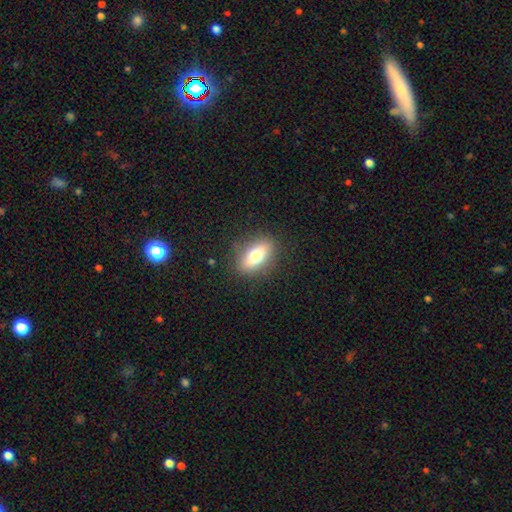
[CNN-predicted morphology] This is likely a smooth galaxy (67%). How rounded: likely in between (77%). Merging: clearly none (85%).